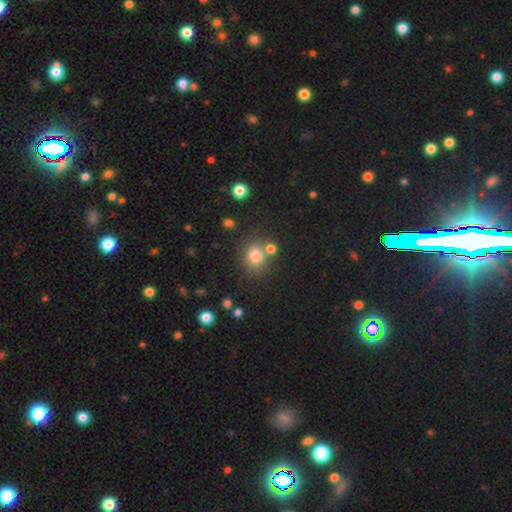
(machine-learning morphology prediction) smooth 77%, star or artifact 14%, featured or disk 8%. Down the decision tree: how rounded — round (75%); merging — none (67%).